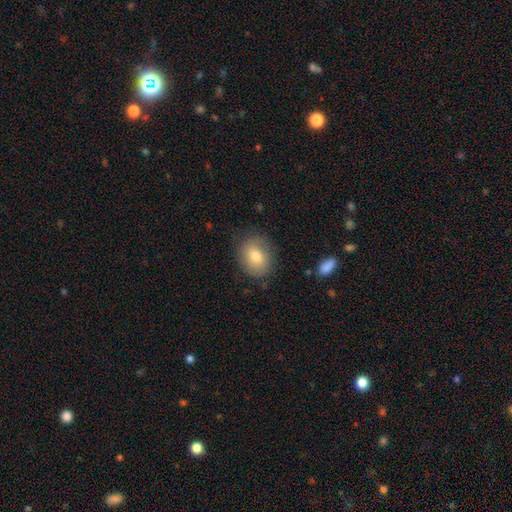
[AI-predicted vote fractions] The model was most divided on "how rounded": in between: 50%, round: 49%, cigar-shaped: 1%. More confident: merging — none (81%); smooth or featured — smooth (71%).